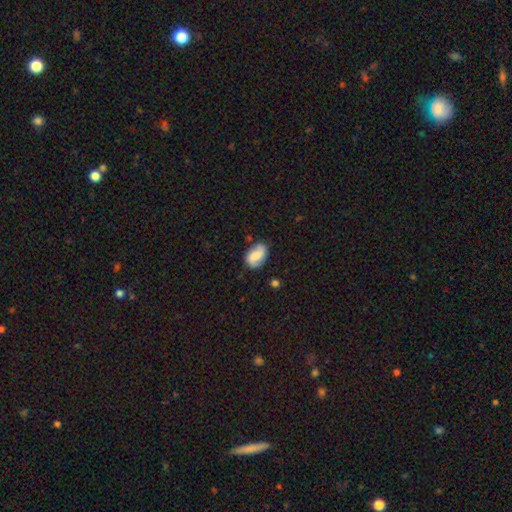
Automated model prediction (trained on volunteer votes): A smooth galaxy with no disk features (50%) that is in between round and cigar-shaped (82%). Merging: none (66%).